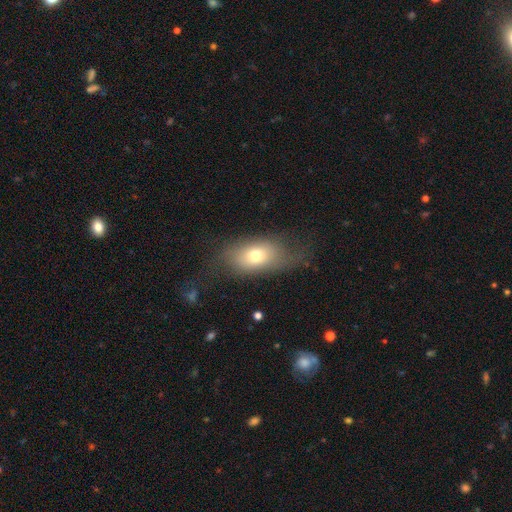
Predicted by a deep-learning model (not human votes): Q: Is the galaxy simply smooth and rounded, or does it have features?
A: smooth — 68%.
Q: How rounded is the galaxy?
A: in between — 84%.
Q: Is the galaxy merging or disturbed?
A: none — 55%.